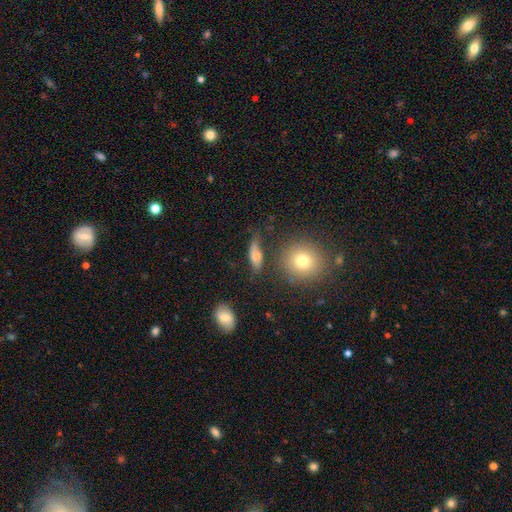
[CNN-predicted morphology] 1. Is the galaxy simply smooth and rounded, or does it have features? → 61% smooth, 27% featured or disk, 12% star or artifact.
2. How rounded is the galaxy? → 49% in between, 39% cigar-shaped, 12% round.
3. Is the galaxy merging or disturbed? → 52% none, 26% minor disturbance, 13% major disturbance, 8% merger.